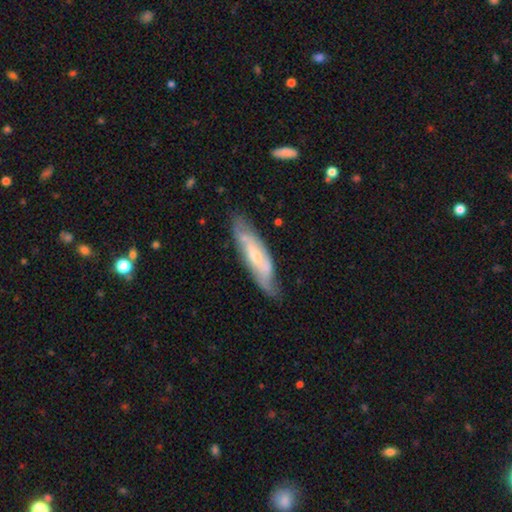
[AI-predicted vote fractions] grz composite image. It shows a featured or disk galaxy (62%). Merging: none (67%).